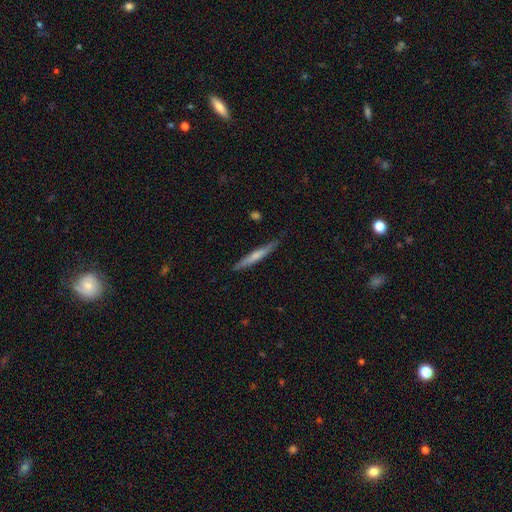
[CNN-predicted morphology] A smooth galaxy with no disk features (52%) that is cigar-shaped (94%).

Vote fractions:
- Smooth or featured? smooth: 52% / featured or disk: 42% / star or artifact: 6%
- How rounded? cigar-shaped: 94% / in between: 4% / round: 2%
- Merging? none: 81% / minor disturbance: 15% / major disturbance: 2% / merger: 2%